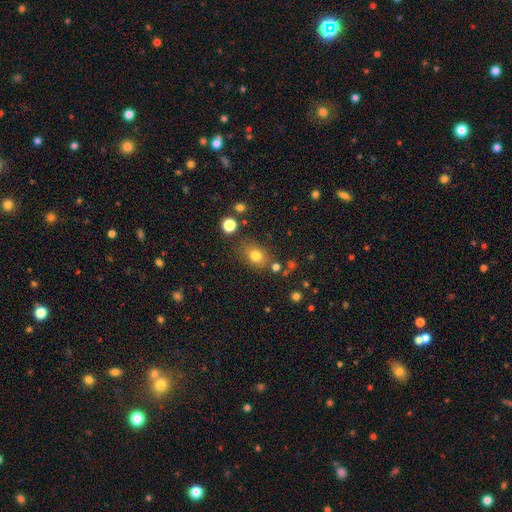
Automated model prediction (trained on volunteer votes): A smooth galaxy with no disk features (78%) that is in between round and cigar-shaped (56%).

Vote fractions:
- Smooth or featured? smooth: 78% / star or artifact: 13% / featured or disk: 8%
- How rounded? in between: 56% / round: 43% / cigar-shaped: 1%
- Merging? none: 75% / minor disturbance: 14% / merger: 6% / major disturbance: 5%